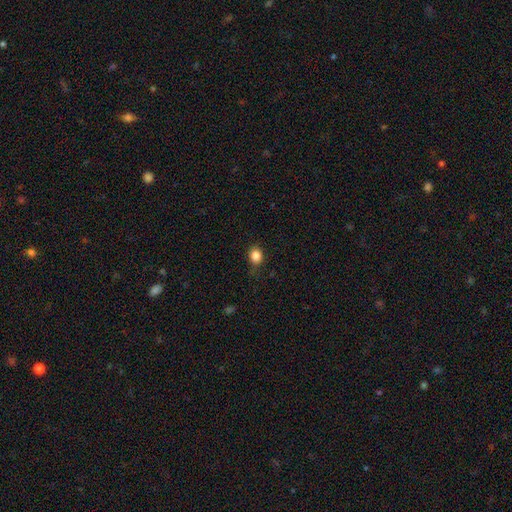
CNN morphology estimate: A smooth galaxy with no disk features (85%) that is round (65%).

Vote fractions:
- Smooth or featured? smooth: 85% / star or artifact: 11% / featured or disk: 4%
- How rounded? round: 65% / in between: 34% / cigar-shaped: 1%
- Merging? none: 78% / minor disturbance: 17% / major disturbance: 4% / merger: 1%